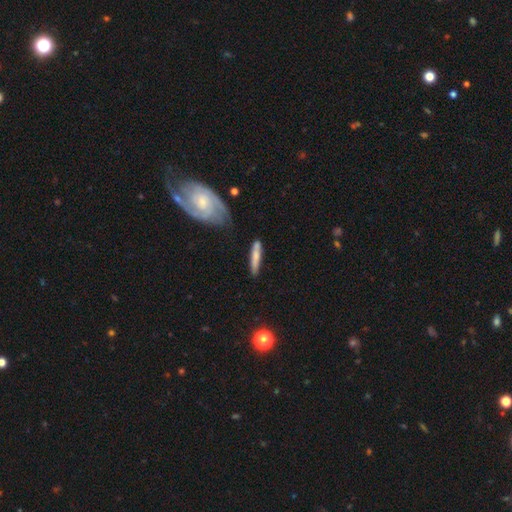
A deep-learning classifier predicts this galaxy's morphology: This is likely a smooth galaxy (67%). How rounded: clearly cigar-shaped (88%). Merging: likely none (69%).